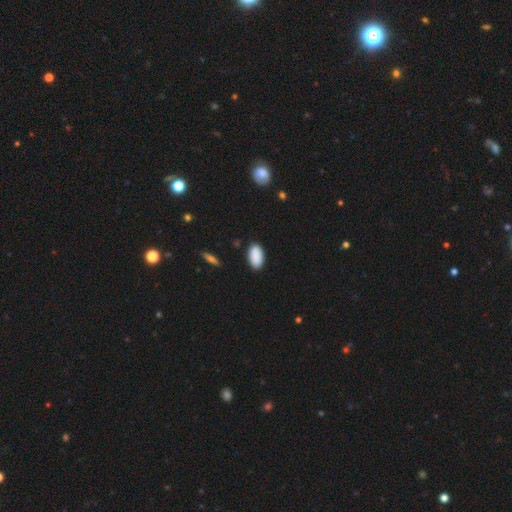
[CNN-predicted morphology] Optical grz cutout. It shows a smooth galaxy with no disk features (90%) that is in between round and cigar-shaped (95%). Merging: none (86%).